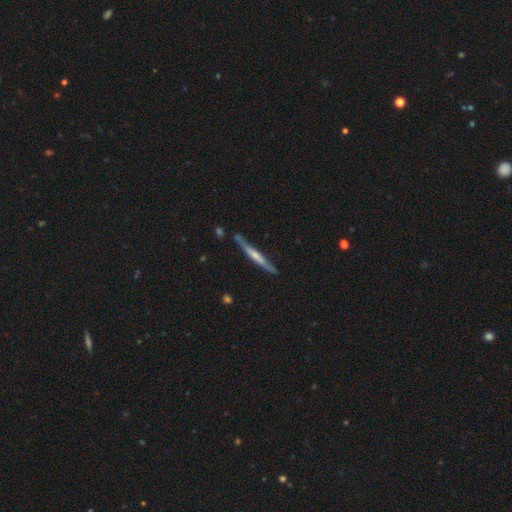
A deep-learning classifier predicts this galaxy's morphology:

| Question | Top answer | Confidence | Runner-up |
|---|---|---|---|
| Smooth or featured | featured or disk | 59% | smooth (35%) |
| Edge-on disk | yes | 94% | no (6%) |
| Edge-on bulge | none | 40% | rounded (37%) |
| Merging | none | 77% | minor disturbance (15%) |